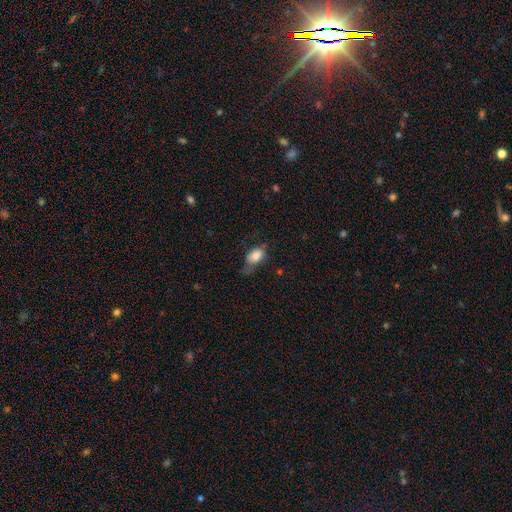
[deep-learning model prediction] A smooth galaxy with no disk features (78%) that is in between round and cigar-shaped (85%). Merging: none (39%).